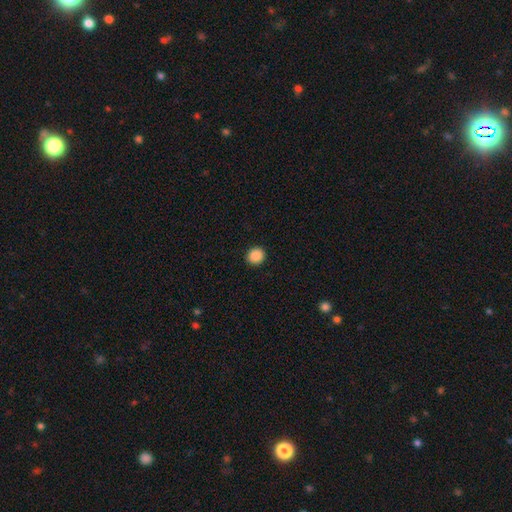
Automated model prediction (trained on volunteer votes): Smooth or featured? Predicted: smooth (p=0.89). How rounded? Predicted: round (p=0.90). Merging? Predicted: none (p=0.92).